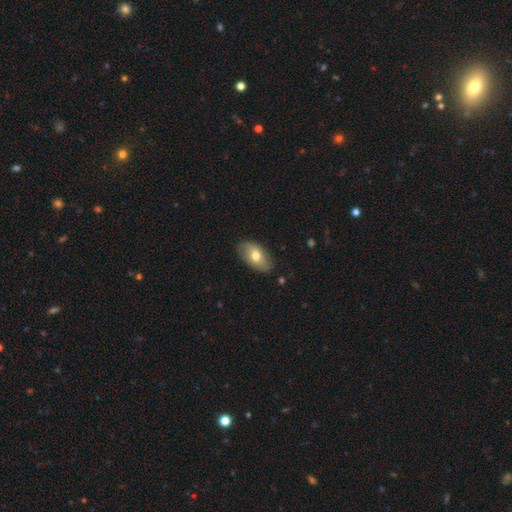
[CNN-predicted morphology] Smooth or featured? Predicted: smooth (p=0.66). How rounded? Predicted: in between (p=0.92). Merging? Predicted: none (p=0.80).